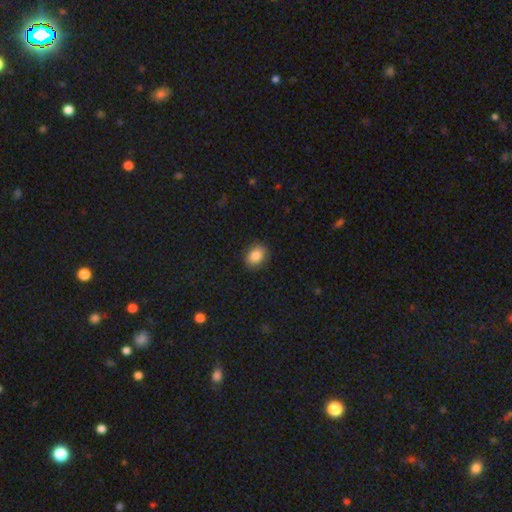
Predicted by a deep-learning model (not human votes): smooth 86%, star or artifact 9%, featured or disk 5%. Down the decision tree: how rounded — in between (59%); merging — none (88%).